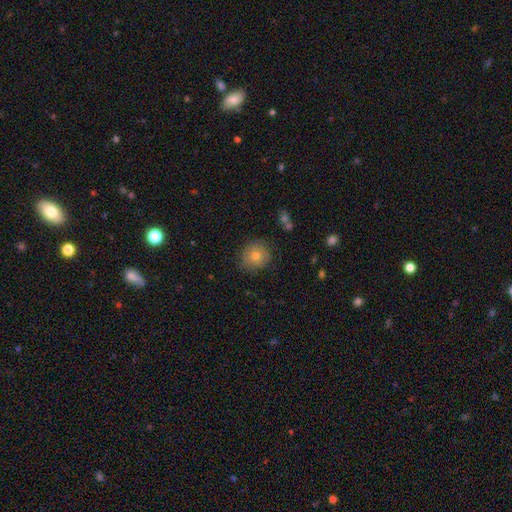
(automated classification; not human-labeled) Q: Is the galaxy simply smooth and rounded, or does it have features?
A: smooth — 72%.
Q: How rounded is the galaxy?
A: round — 87%.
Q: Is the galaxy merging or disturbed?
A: none — 83%.